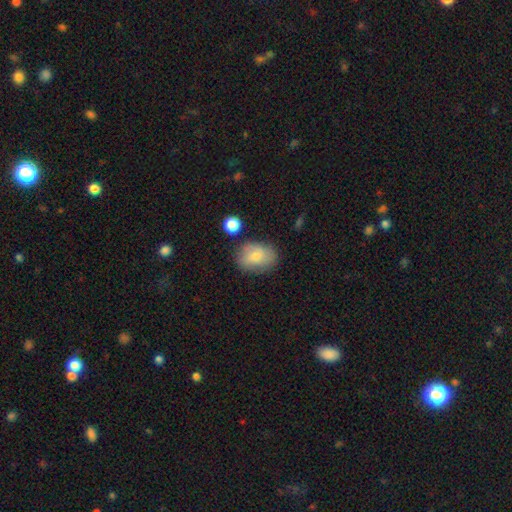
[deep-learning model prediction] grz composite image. It shows a smooth galaxy with no disk features (72%) that is in between round and cigar-shaped (74%). Merging: none (68%).